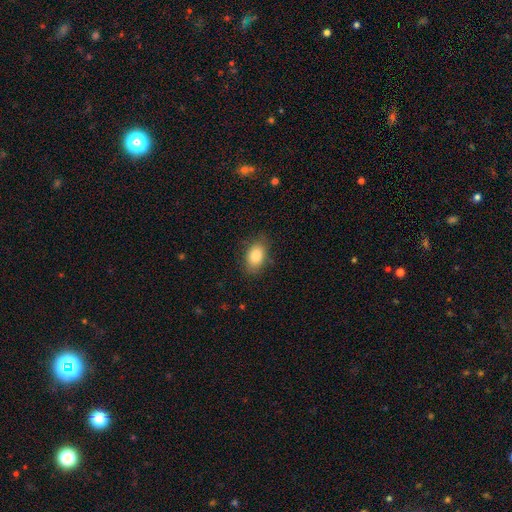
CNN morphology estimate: smooth-or-featured: smooth: 84% | featured or disk: 9% | star or artifact: 8%
  how-rounded: in between: 86% | round: 13% | cigar-shaped: 1%
  merging: none: 83% | minor disturbance: 13% | major disturbance: 3% | merger: 1%